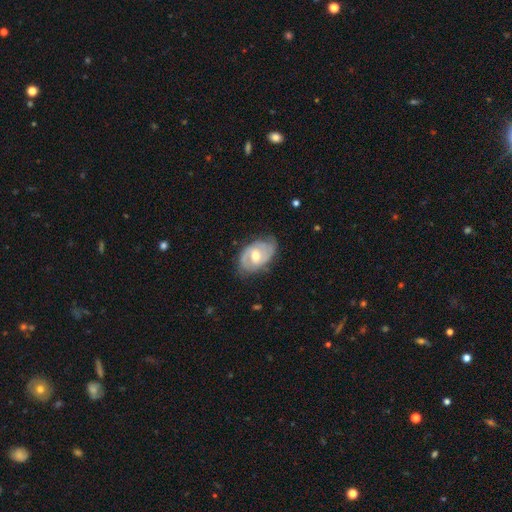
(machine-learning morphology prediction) smooth_or_featured: featured or disk (p=0.80) [alt: smooth p=0.15]
disk_edge_on: no (p=0.96) [alt: yes p=0.04]
bar: weak (p=0.48) [alt: no p=0.41]
has_spiral_arms: yes (p=0.92) [alt: no p=0.08]
spiral_winding: tight (p=0.45) [alt: medium p=0.43]
spiral_arm_count: 2 (p=0.76) [alt: can't tell p=0.12]
bulge_size: moderate (p=0.71) [alt: small p=0.22]
merging: none (p=0.70) [alt: minor disturbance p=0.23]